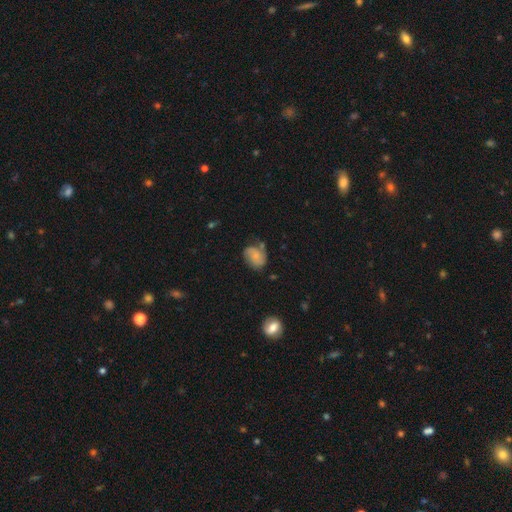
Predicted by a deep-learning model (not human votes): A smooth galaxy with no disk features (52%) that is in between round and cigar-shaped (59%). Merging: none (51%).